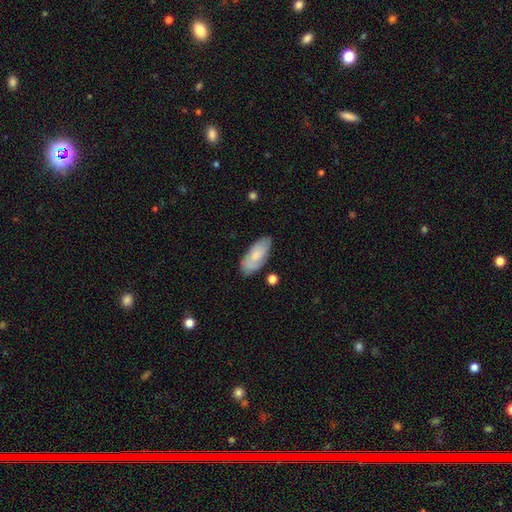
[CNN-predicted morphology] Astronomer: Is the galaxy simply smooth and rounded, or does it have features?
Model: smooth — 68%.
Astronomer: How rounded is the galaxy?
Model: in between — 88%.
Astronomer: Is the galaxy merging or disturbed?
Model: none — 70%.